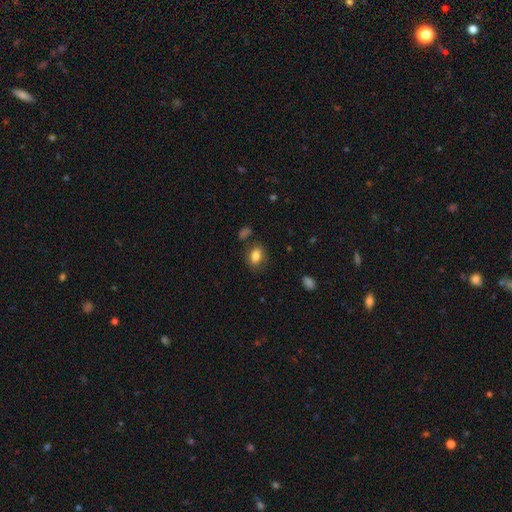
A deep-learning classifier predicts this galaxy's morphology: This appears to be a smooth galaxy with no disk features (83%) that is in between round and cigar-shaped (76%). Merging: none (77%).